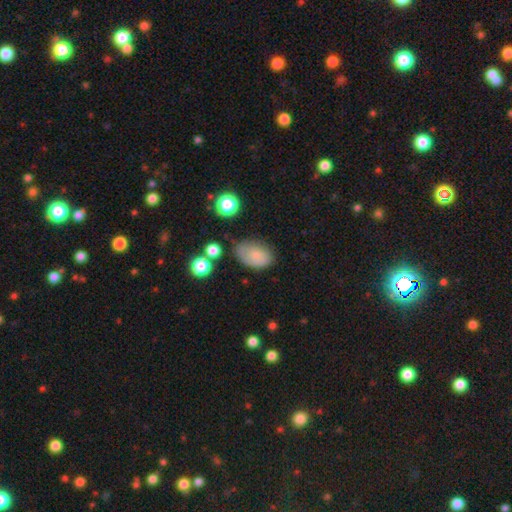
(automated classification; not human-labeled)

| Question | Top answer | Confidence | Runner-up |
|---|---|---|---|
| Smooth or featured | smooth | 72% | featured or disk (18%) |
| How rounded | in between | 86% | round (13%) |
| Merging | none | 58% | minor disturbance (28%) |